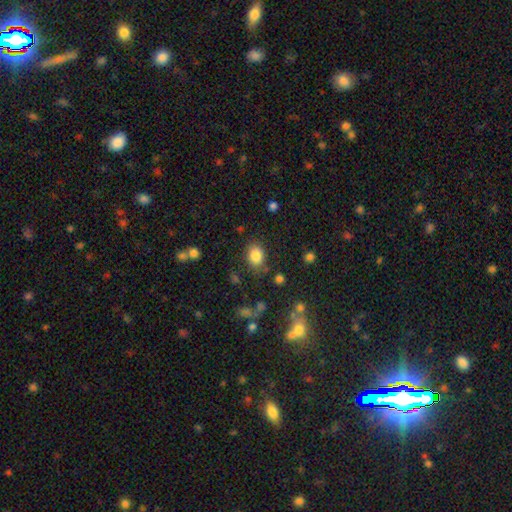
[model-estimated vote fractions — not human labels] This is clearly a smooth galaxy (84%). How rounded: likely in between (62%). Merging: likely none (78%).